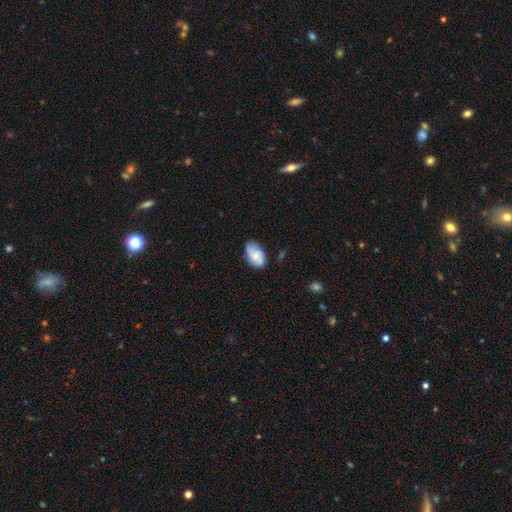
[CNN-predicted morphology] type=smooth (60%); roundness=in between (91%); merging=none (60%).